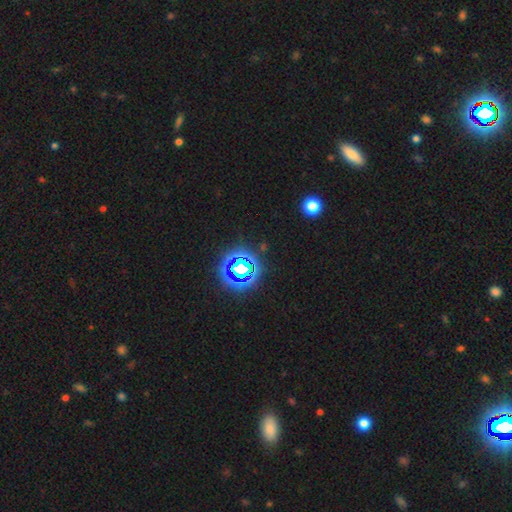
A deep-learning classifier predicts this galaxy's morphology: The model was most divided on "smooth or featured": star or artifact: 76%, smooth: 18%, featured or disk: 6%.